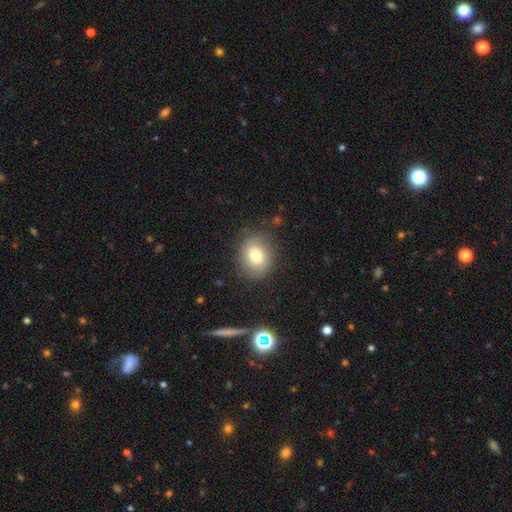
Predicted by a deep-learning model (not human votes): A smooth galaxy with no disk features (76%) that is round (60%).

Vote fractions:
- Smooth or featured? smooth: 76% / featured or disk: 15% / star or artifact: 10%
- How rounded? round: 60% / in between: 39% / cigar-shaped: 1%
- Merging? none: 81% / minor disturbance: 13% / major disturbance: 4% / merger: 2%